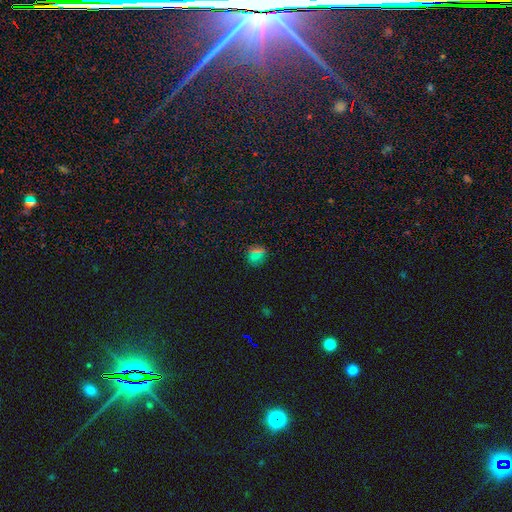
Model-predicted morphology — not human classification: Smooth or featured? Predicted: smooth (p=0.57). How rounded? Predicted: round (p=0.82). Merging? Predicted: none (p=0.86).